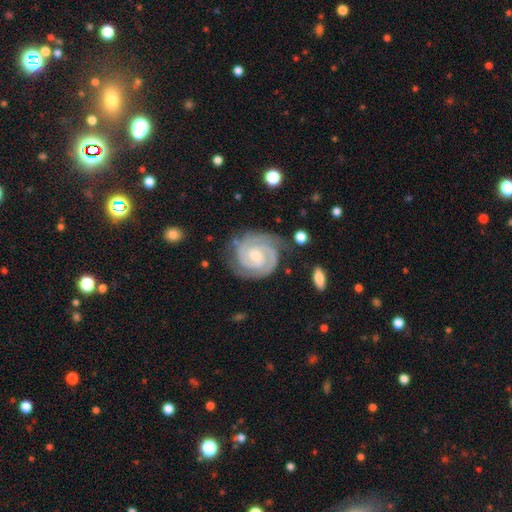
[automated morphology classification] Smooth or featured? Predicted: featured or disk (p=0.92). Edge-on disk? Predicted: no (p=0.98). Bar? Predicted: no (p=0.50). Spiral arms? Predicted: yes (p=0.99). Spiral winding? Predicted: tight (p=0.78). Spiral arm count? Predicted: 2 (p=0.87). Bulge size? Predicted: small (p=0.51). Merging? Predicted: none (p=0.78).